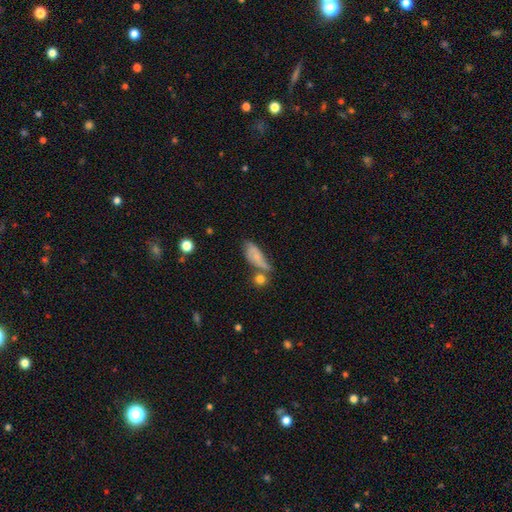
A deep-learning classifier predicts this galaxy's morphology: The model was most divided on "merging": none: 39%, minor disturbance: 25%, merger: 24%, major disturbance: 13%. More confident: how rounded — in between (72%); smooth or featured — smooth (54%).